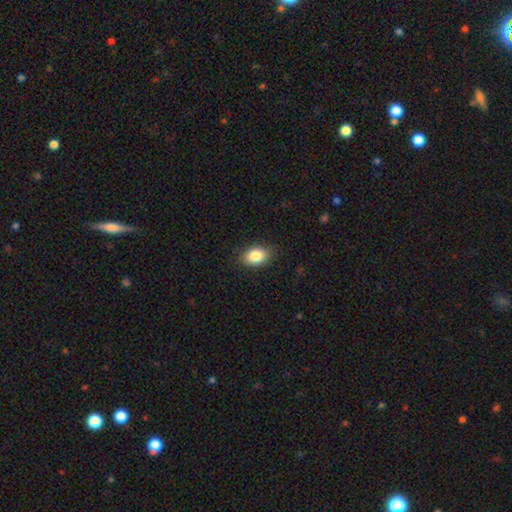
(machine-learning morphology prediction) smooth-or-featured: smooth: 86% | star or artifact: 8% | featured or disk: 6%
  how-rounded: in between: 85% | round: 14% | cigar-shaped: 1%
  merging: none: 85% | minor disturbance: 11% | major disturbance: 3% | merger: 1%